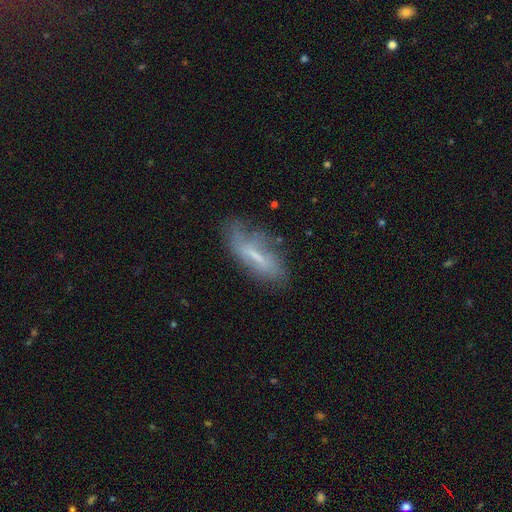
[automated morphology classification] featured or disk 48%, smooth 43%, star or artifact 9%. Down the decision tree: merging — none (54%).